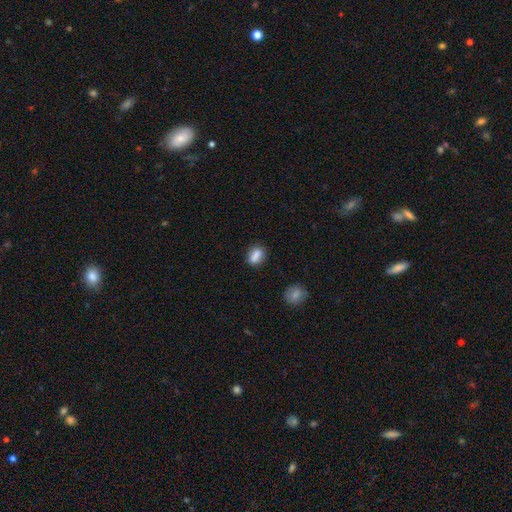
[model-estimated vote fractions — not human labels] Overall: smooth (82%). How rounded: in between (66%). Merging: none (80%).